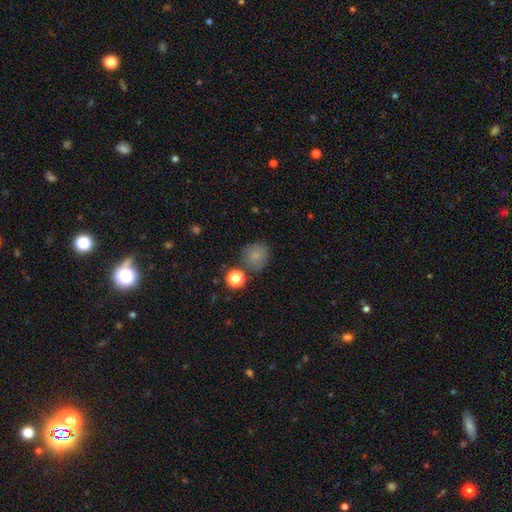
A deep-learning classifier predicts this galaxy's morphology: Smooth or featured?
  - smooth: 80% *
  - star or artifact: 12%
  - featured or disk: 8%
How rounded?
  - round: 87% *
  - in between: 12%
  - cigar-shaped: 1%
Merging?
  - none: 70% *
  - minor disturbance: 14%
  - merger: 10%
  - major disturbance: 5%